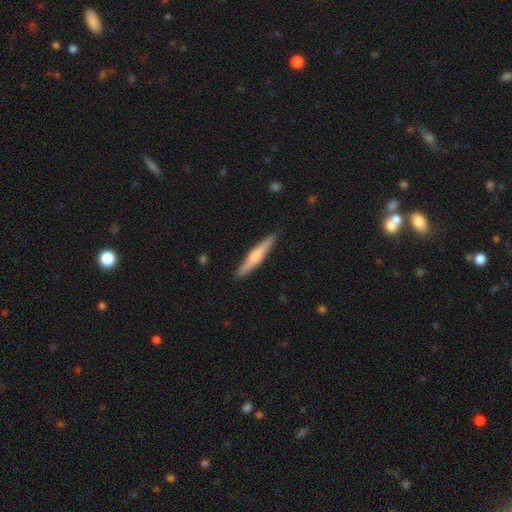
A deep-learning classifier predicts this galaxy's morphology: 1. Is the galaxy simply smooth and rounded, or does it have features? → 49% smooth, 46% featured or disk, 5% star or artifact.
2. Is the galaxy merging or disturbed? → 90% none, 8% minor disturbance, 1% major disturbance, 1% merger.